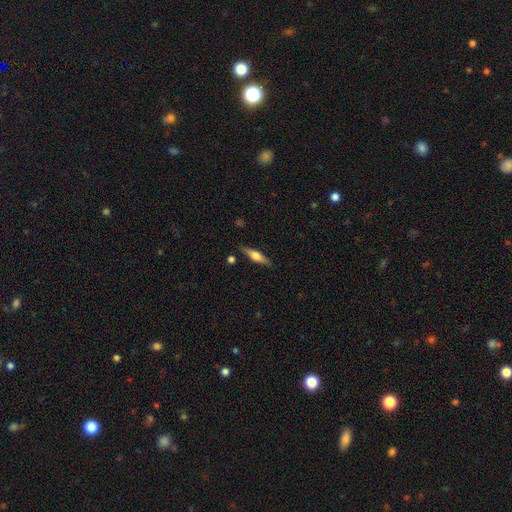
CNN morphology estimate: A featured or disk galaxy (55%) viewed edge-on (95%) with a rounded central bulge (87%).

Vote fractions:
- Smooth or featured? featured or disk: 55% / smooth: 39% / star or artifact: 6%
- Edge-on disk? yes: 95% / no: 5%
- Edge-on bulge? rounded: 87% / boxy: 10% / none: 4%
- Merging? none: 86% / minor disturbance: 9% / major disturbance: 2% / merger: 2%